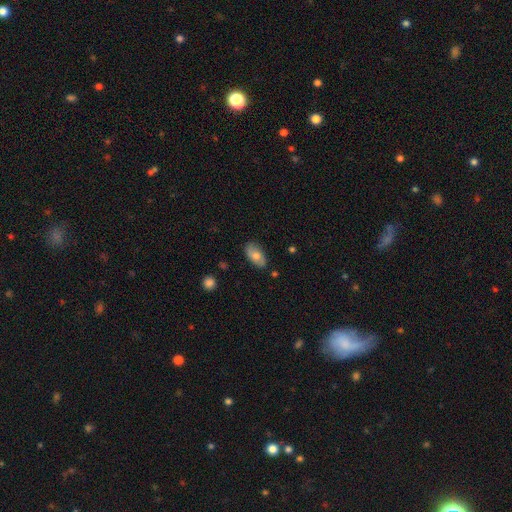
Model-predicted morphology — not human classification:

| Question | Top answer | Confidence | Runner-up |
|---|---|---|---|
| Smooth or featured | smooth | 67% | featured or disk (26%) |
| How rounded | in between | 93% | round (4%) |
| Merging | none | 82% | minor disturbance (14%) |